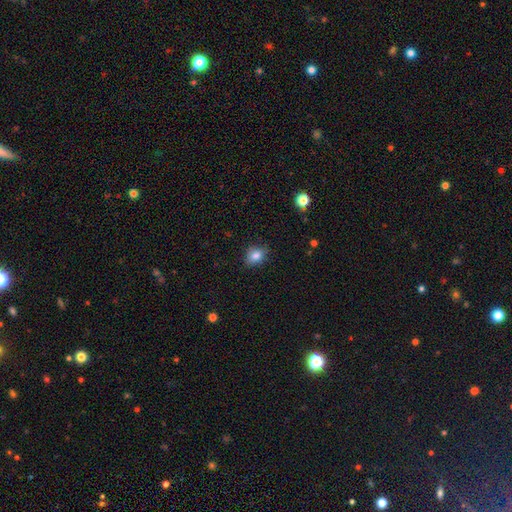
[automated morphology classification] Smooth or featured? smooth (83%)
How rounded? round (51%)
Merging? none (81%)